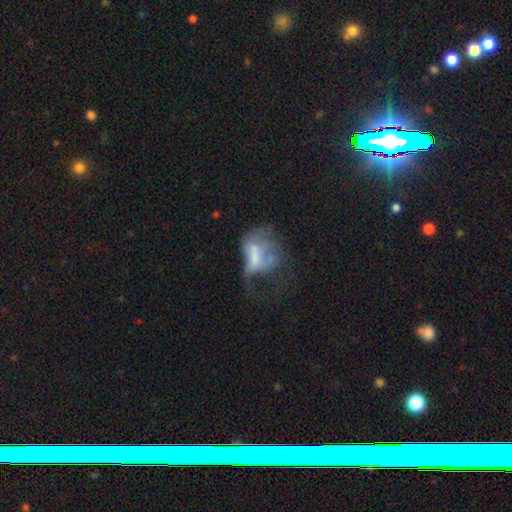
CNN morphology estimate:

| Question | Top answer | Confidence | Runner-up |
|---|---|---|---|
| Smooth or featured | featured or disk | 46% | smooth (42%) |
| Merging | major disturbance | 57% | none (16%) |